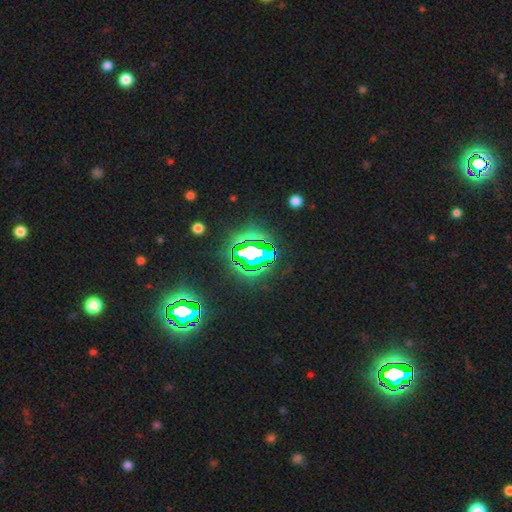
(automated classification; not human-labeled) A star or artifact, not a galaxy (76%).